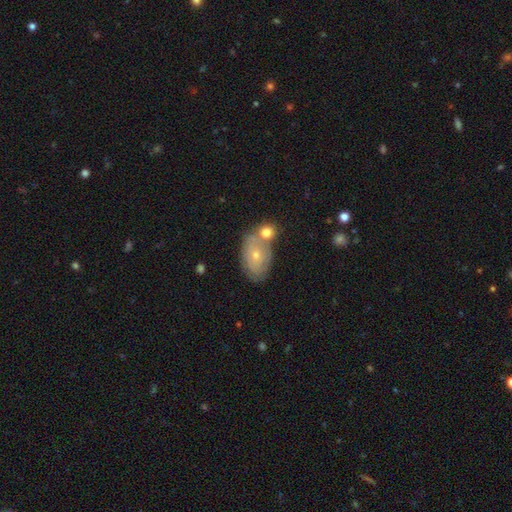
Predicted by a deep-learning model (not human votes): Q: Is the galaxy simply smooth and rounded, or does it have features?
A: smooth — 51%.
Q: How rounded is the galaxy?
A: in between — 82%.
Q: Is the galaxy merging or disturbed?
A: merger — 41%.